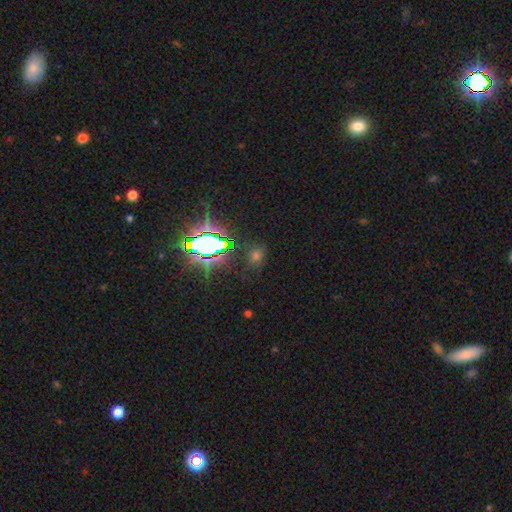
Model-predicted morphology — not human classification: Smooth or featured? star or artifact (54%)